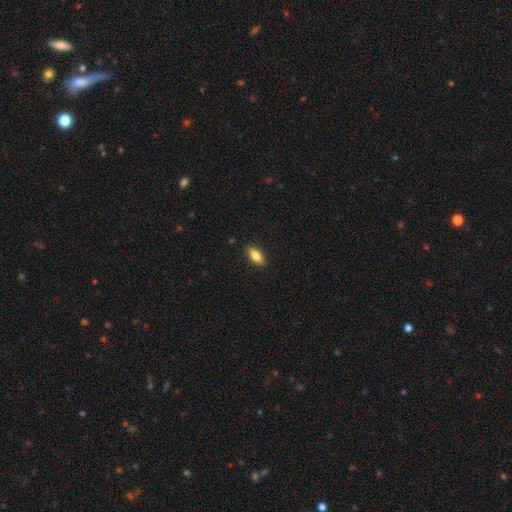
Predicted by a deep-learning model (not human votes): This appears to be a smooth galaxy with no disk features (79%) that is in between round and cigar-shaped (83%). Merging: none (88%).